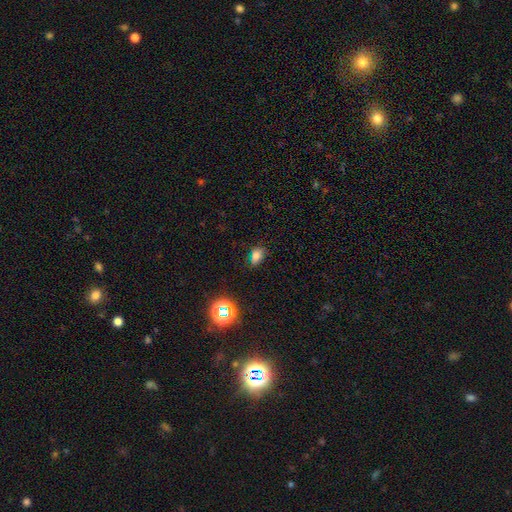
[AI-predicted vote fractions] This appears to be a smooth galaxy with no disk features (73%) that is in between round and cigar-shaped (77%). Merging: none (66%).